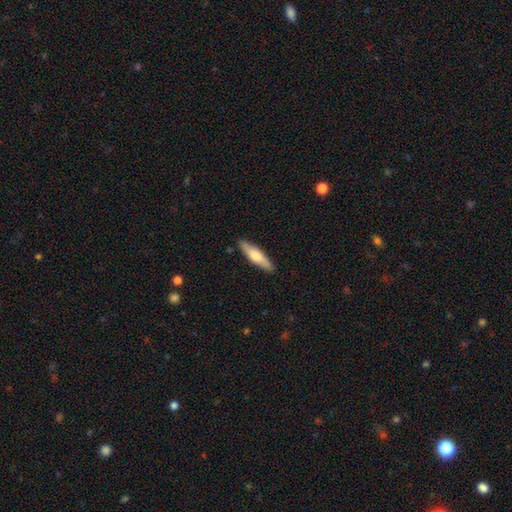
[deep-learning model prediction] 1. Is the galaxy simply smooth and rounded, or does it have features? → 61% smooth, 34% featured or disk, 5% star or artifact.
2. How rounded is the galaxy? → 74% cigar-shaped, 25% in between, 2% round.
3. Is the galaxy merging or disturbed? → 88% none, 9% minor disturbance, 2% major disturbance, 1% merger.